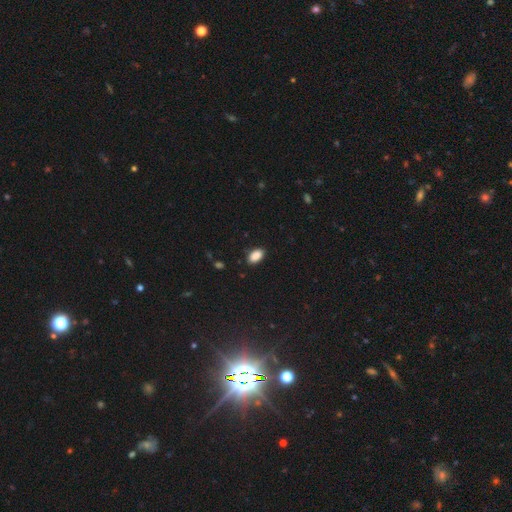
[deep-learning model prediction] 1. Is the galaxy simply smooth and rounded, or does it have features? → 89% smooth, 8% star or artifact, 3% featured or disk.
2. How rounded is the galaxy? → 93% in between, 5% round, 2% cigar-shaped.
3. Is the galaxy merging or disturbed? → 86% none, 11% minor disturbance, 2% major disturbance, 1% merger.